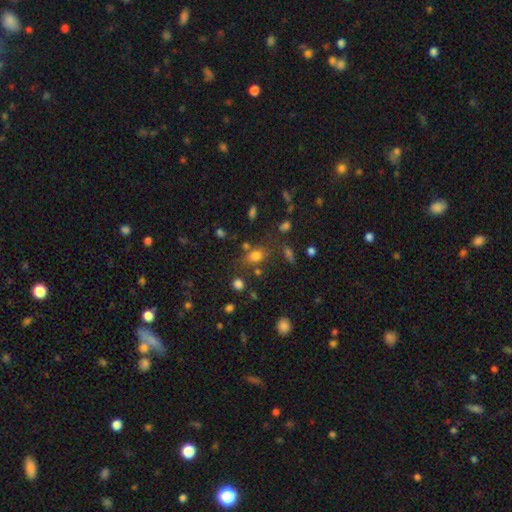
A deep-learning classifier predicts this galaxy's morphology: smooth 75%, star or artifact 16%, featured or disk 9%. Down the decision tree: how rounded — in between (67%); merging — none (67%).